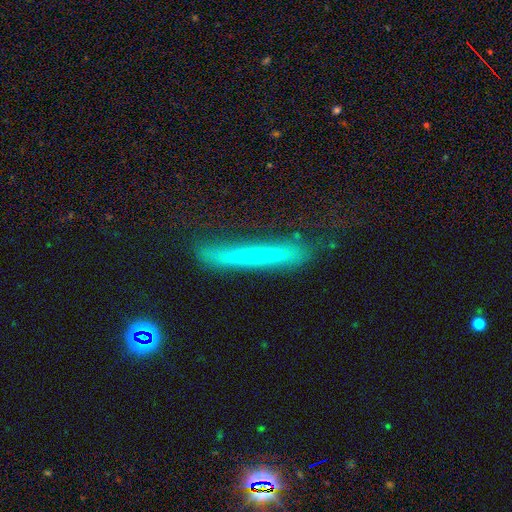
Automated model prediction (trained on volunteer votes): Smooth or featured: smooth — 49% (featured or disk — 41%)
Merging: none — 64% (minor disturbance — 23%)